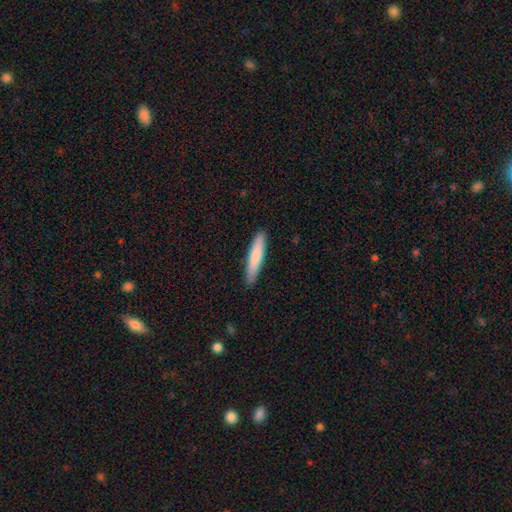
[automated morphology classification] A smooth galaxy with no disk features (81%) that is cigar-shaped (90%).

Vote fractions:
- Smooth or featured? smooth: 81% / featured or disk: 14% / star or artifact: 5%
- How rounded? cigar-shaped: 90% / in between: 9% / round: 1%
- Merging? none: 89% / minor disturbance: 9% / major disturbance: 2% / merger: 1%